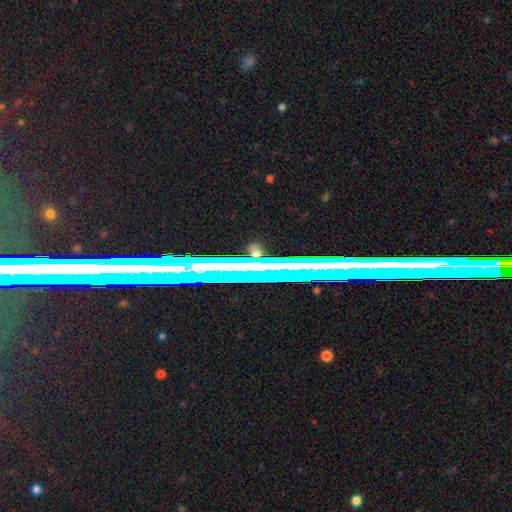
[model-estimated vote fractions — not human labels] A star or artifact, not a galaxy (59%).